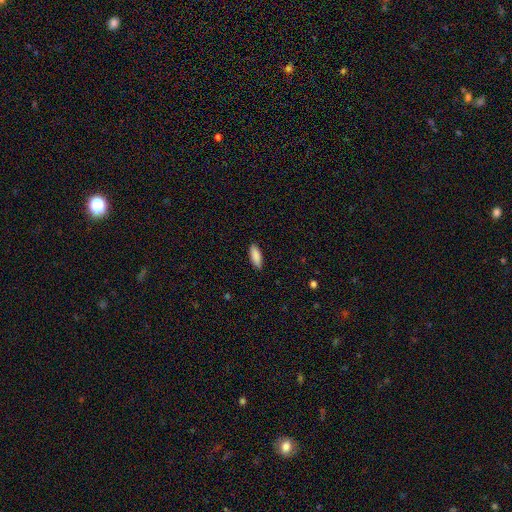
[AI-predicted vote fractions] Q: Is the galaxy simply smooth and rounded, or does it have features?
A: smooth — 89%.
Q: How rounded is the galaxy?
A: in between — 71%.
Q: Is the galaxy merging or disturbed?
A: none — 87%.